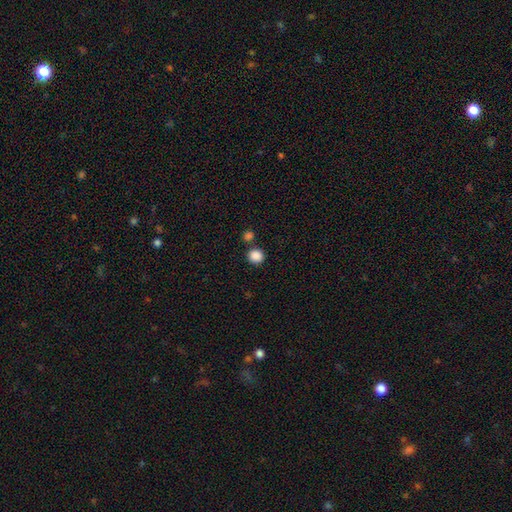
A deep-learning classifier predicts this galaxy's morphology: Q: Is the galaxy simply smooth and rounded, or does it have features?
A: smooth — 87%.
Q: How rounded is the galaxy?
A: round — 87%.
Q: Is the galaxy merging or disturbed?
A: none — 78%.